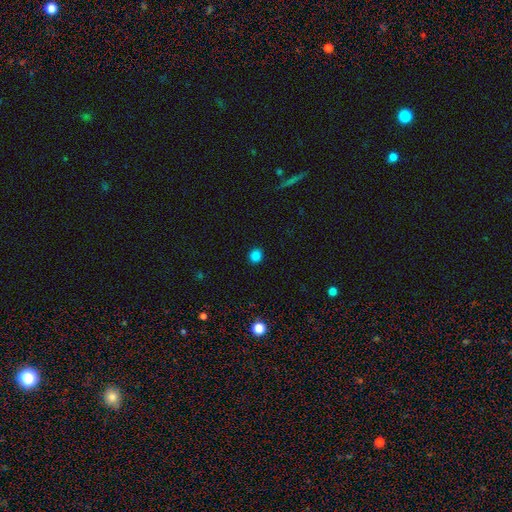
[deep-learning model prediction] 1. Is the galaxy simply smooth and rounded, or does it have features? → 84% smooth, 13% star or artifact, 3% featured or disk.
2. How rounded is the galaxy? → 83% round, 16% in between, 1% cigar-shaped.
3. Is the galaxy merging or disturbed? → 91% none, 6% minor disturbance, 2% major disturbance, 1% merger.